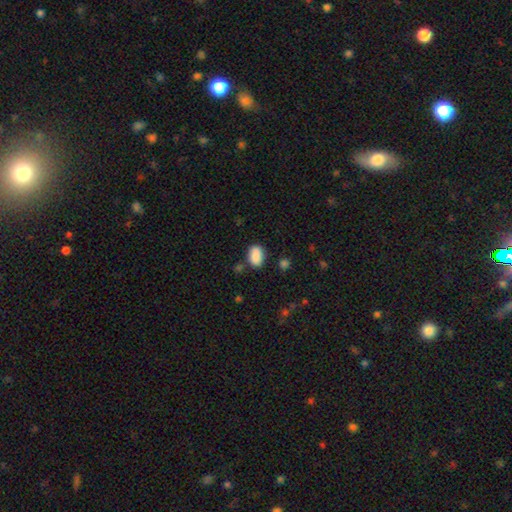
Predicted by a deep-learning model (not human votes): smooth-or-featured: smooth: 89% | star or artifact: 8% | featured or disk: 4%
  how-rounded: in between: 89% | round: 10% | cigar-shaped: 2%
  merging: none: 77% | minor disturbance: 14% | merger: 5% | major disturbance: 4%